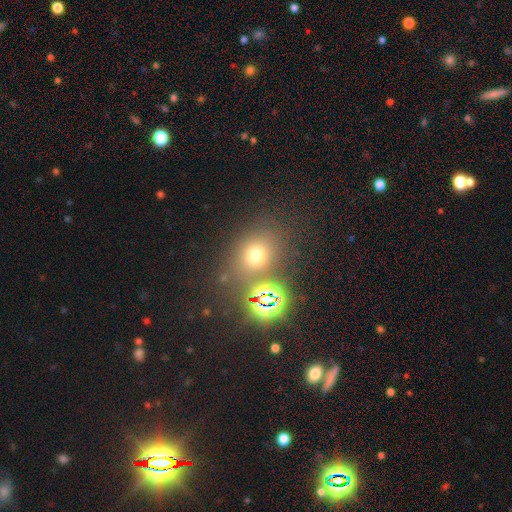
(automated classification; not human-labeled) Smooth or featured?
  - smooth: 62% *
  - star or artifact: 28%
  - featured or disk: 10%
How rounded?
  - round: 64% *
  - in between: 34%
  - cigar-shaped: 1%
Merging?
  - none: 71% *
  - merger: 13%
  - minor disturbance: 11%
  - major disturbance: 6%